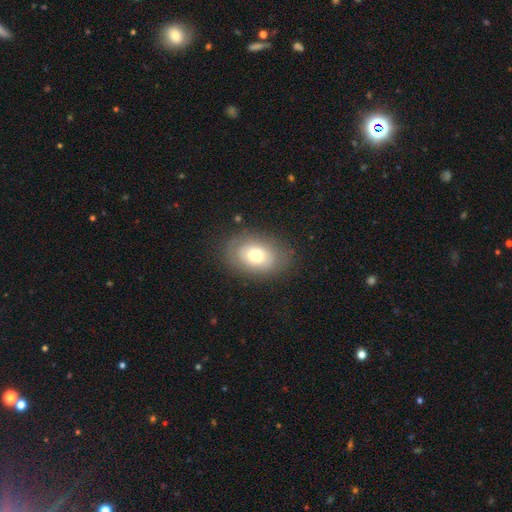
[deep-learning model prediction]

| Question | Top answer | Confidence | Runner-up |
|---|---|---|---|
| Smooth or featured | smooth | 64% | featured or disk (27%) |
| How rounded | in between | 76% | round (23%) |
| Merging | none | 80% | minor disturbance (13%) |